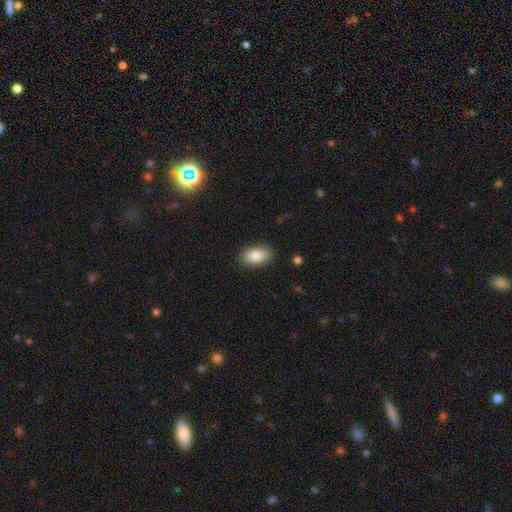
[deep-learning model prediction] A smooth galaxy with no disk features (85%) that is in between round and cigar-shaped (92%). Merging: none (87%).